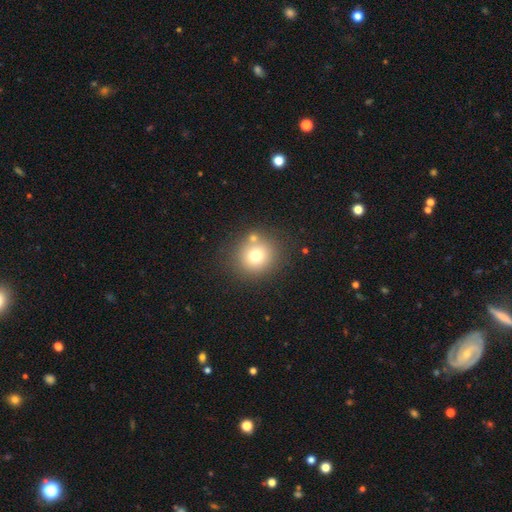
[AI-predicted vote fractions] Smooth or featured: smooth — 72% (star or artifact — 14%)
How rounded: round — 89% (in between — 10%)
Merging: none — 76% (merger — 11%)